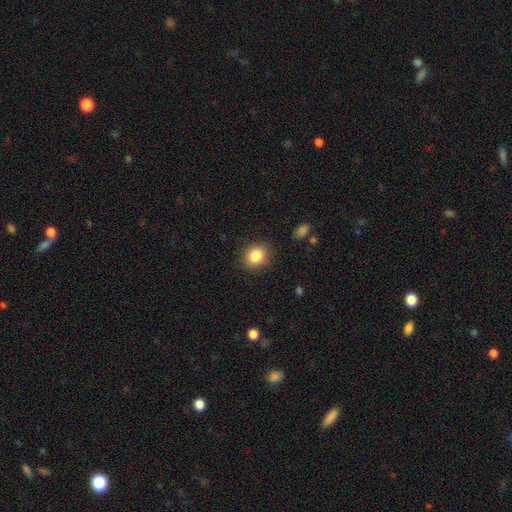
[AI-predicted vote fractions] Overall: smooth (86%). How rounded: round (74%). Merging: none (87%).